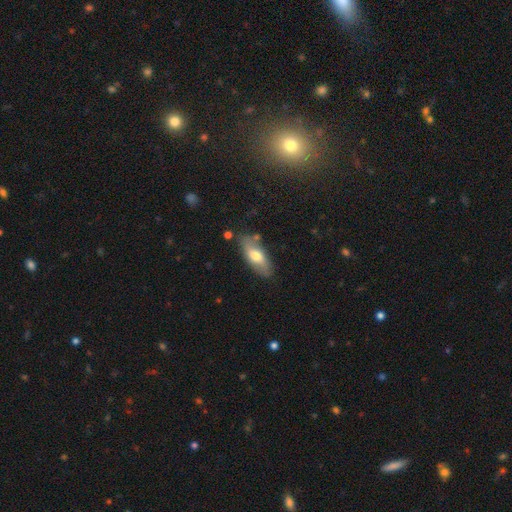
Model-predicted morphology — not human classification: A smooth galaxy with no disk features (66%) that is in between round and cigar-shaped (78%).

Vote fractions:
- Smooth or featured? smooth: 66% / featured or disk: 28% / star or artifact: 6%
- How rounded? in between: 78% / cigar-shaped: 19% / round: 3%
- Merging? none: 76% / minor disturbance: 16% / merger: 4% / major disturbance: 3%